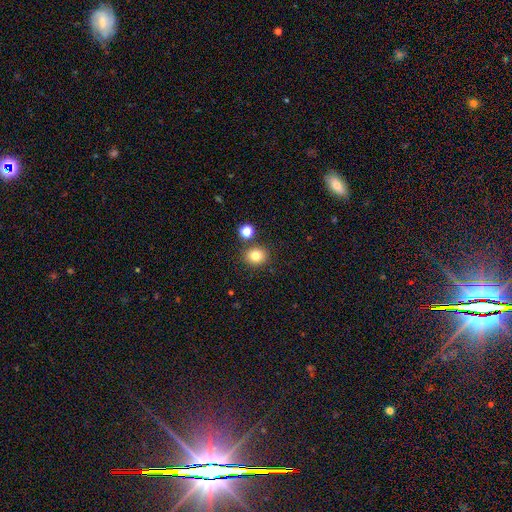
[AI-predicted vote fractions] The model was most divided on "how rounded": round: 73%, in between: 26%, cigar-shaped: 1%. More confident: merging — none (81%); smooth or featured — smooth (79%).